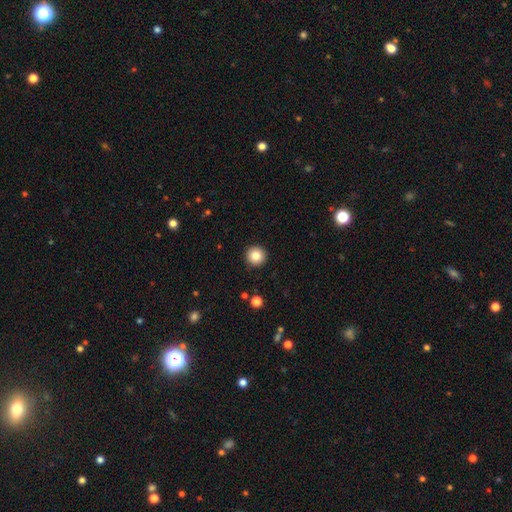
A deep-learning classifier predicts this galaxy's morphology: Smooth or featured? Predicted: smooth (p=0.84). How rounded? Predicted: round (p=0.96). Merging? Predicted: none (p=0.93).